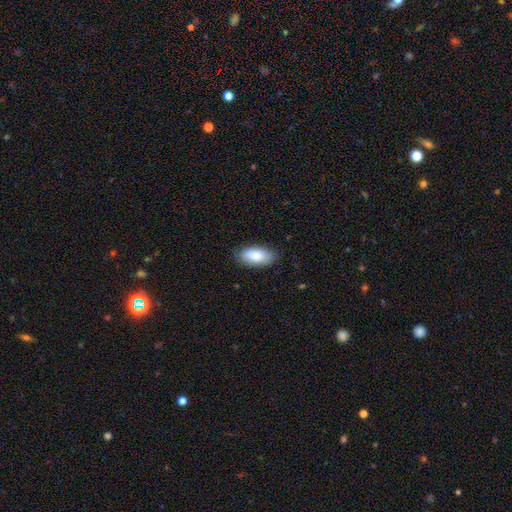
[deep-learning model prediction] smooth-or-featured: smooth: 87% | featured or disk: 8% | star or artifact: 6%
  how-rounded: in between: 91% | cigar-shaped: 7% | round: 2%
  merging: none: 84% | minor disturbance: 12% | major disturbance: 2% | merger: 1%